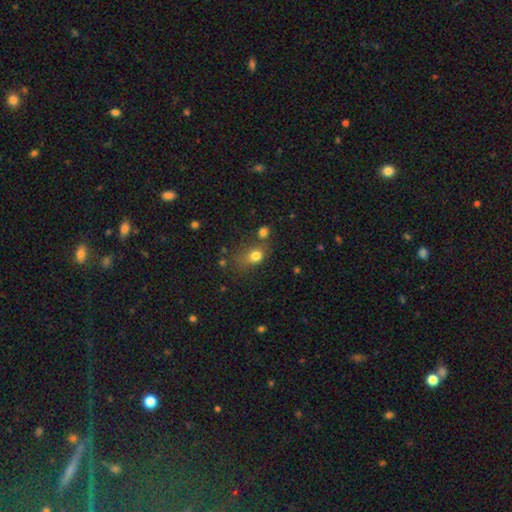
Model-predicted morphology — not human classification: Overall: smooth (78%). How rounded: in between (58%; round 40%). Merging: none (51%; minor disturbance 22%).